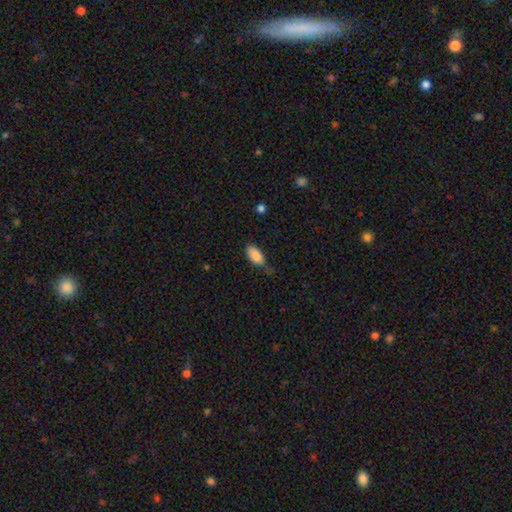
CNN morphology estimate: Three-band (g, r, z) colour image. It shows a smooth galaxy with no disk features (86%) that is in between round and cigar-shaped (89%). Merging: none (56%).